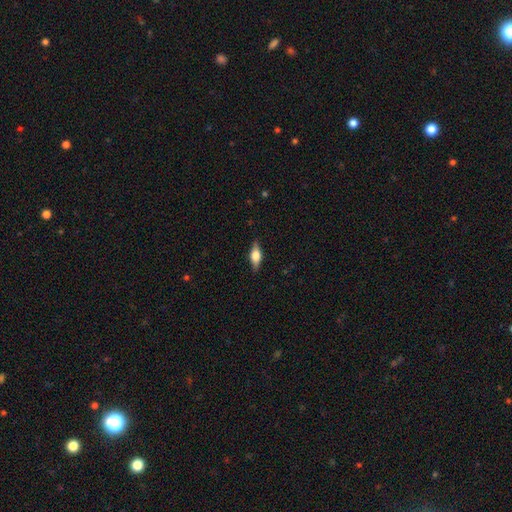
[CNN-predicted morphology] smooth_or_featured: smooth (p=0.48) [alt: featured or disk p=0.45]
merging: none (p=0.85) [alt: minor disturbance p=0.12]